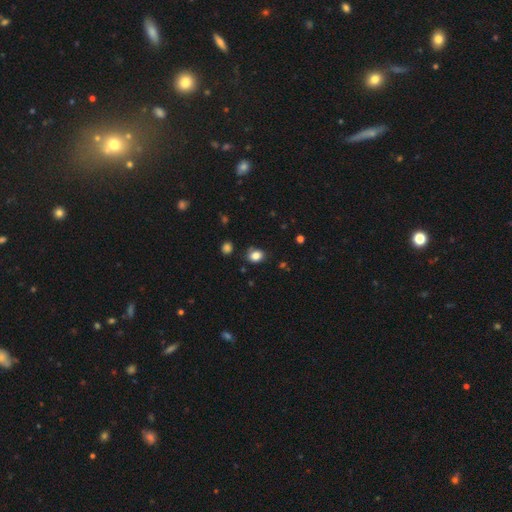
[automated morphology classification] Overall: smooth (83%). How rounded: round (50%; in between 49%). Merging: none (79%).